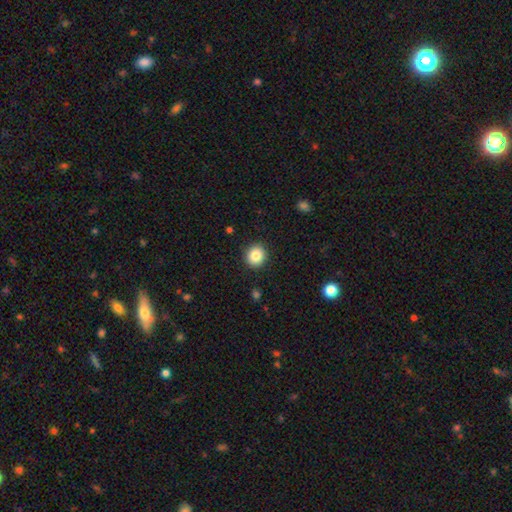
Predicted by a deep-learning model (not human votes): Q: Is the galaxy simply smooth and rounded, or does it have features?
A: smooth — 84%.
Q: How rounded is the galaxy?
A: round — 86%.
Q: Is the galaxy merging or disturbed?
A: none — 91%.